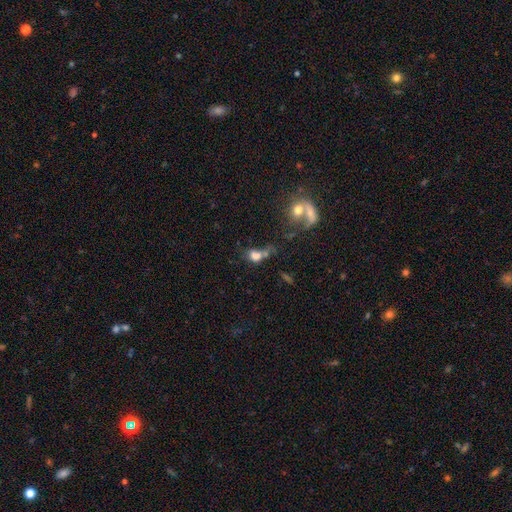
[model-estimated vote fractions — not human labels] The model was most divided on "merging": merger: 45%, none: 25%, major disturbance: 17%, minor disturbance: 13%. More confident: smooth or featured — smooth (68%); how rounded — in between (60%).